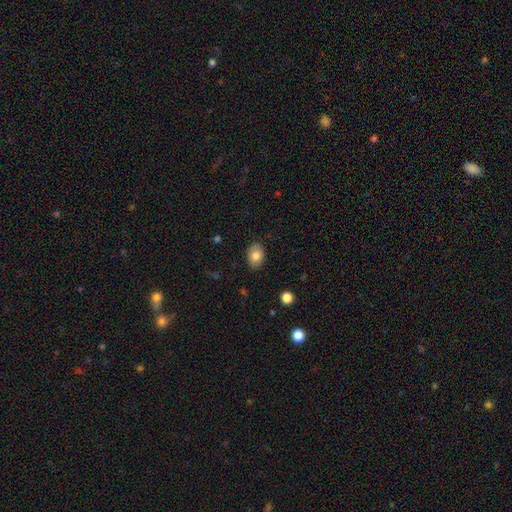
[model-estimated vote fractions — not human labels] Smooth or featured?
  - smooth: 81% *
  - featured or disk: 10%
  - star or artifact: 8%
How rounded?
  - in between: 77% *
  - round: 22%
  - cigar-shaped: 1%
Merging?
  - none: 86% *
  - minor disturbance: 10%
  - major disturbance: 2%
  - merger: 1%